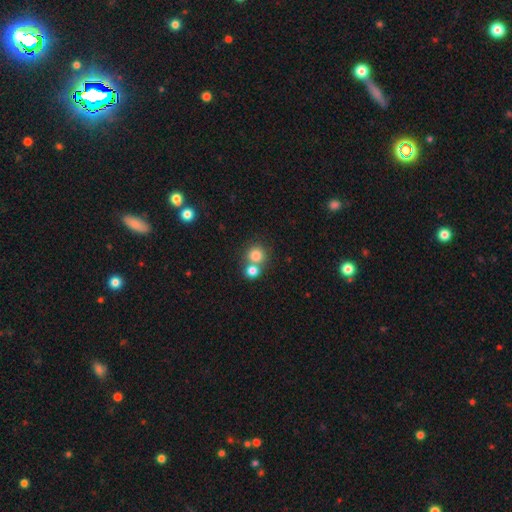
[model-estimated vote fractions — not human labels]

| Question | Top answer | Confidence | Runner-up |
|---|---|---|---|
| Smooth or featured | smooth | 80% | star or artifact (11%) |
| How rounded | round | 89% | in between (10%) |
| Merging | none | 50% | merger (41%) |